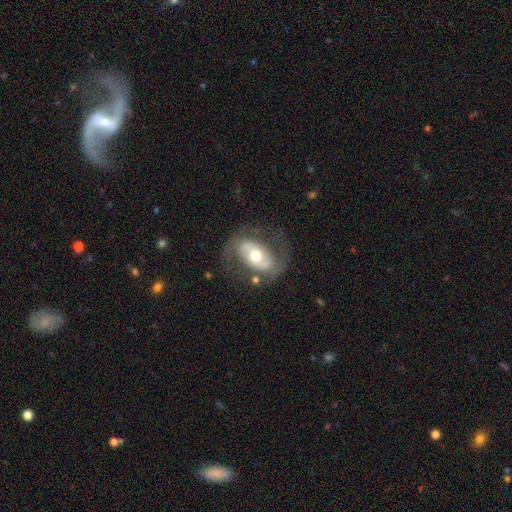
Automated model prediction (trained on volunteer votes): smooth_or_featured: featured or disk (p=0.69) [alt: smooth p=0.24]
disk_edge_on: no (p=0.95) [alt: yes p=0.05]
bar: no (p=0.48) [alt: weak p=0.30]
has_spiral_arms: yes (p=0.68) [alt: no p=0.32]
bulge_size: moderate (p=0.72) [alt: small p=0.14]
merging: none (p=0.66) [alt: minor disturbance p=0.17]